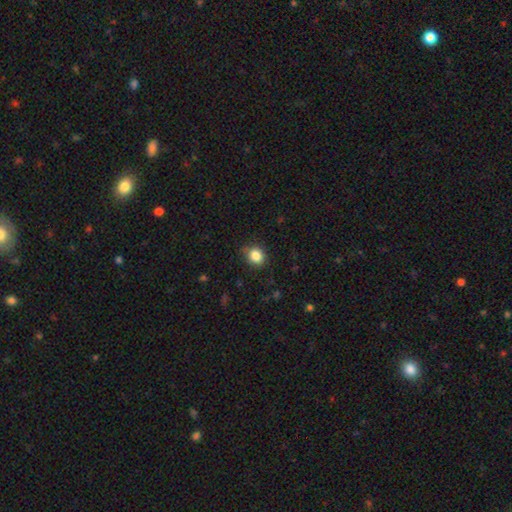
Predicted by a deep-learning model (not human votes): A smooth galaxy with no disk features (85%) that is round (66%).

Vote fractions:
- Smooth or featured? smooth: 85% / star or artifact: 10% / featured or disk: 5%
- How rounded? round: 66% / in between: 33% / cigar-shaped: 1%
- Merging? none: 79% / minor disturbance: 16% / major disturbance: 3% / merger: 1%